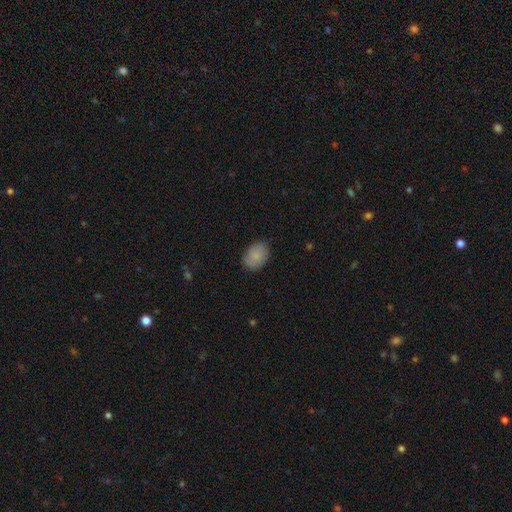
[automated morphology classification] smooth-or-featured: smooth: 83% | featured or disk: 10% | star or artifact: 7%
  how-rounded: in between: 76% | round: 23% | cigar-shaped: 1%
  merging: none: 80% | minor disturbance: 16% | major disturbance: 3% | merger: 1%